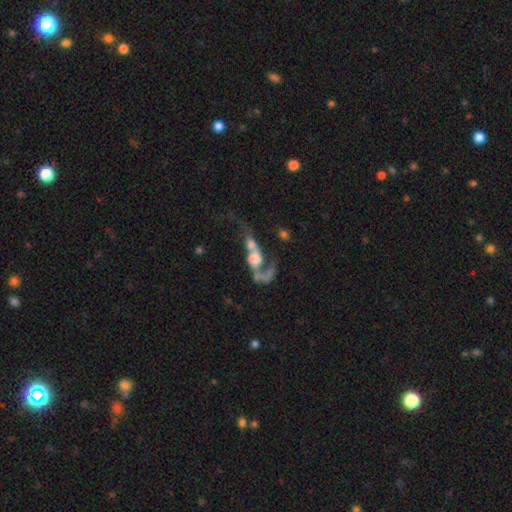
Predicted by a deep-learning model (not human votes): The model was most divided on "bulge size": large: 34%, moderate: 27%, none: 18%, small: 12%, dominant: 9%. More confident: edge-on disk — no (93%); bar — no (74%); smooth or featured — featured or disk (59%); spiral arms — yes (59%); merging — merger (58%).